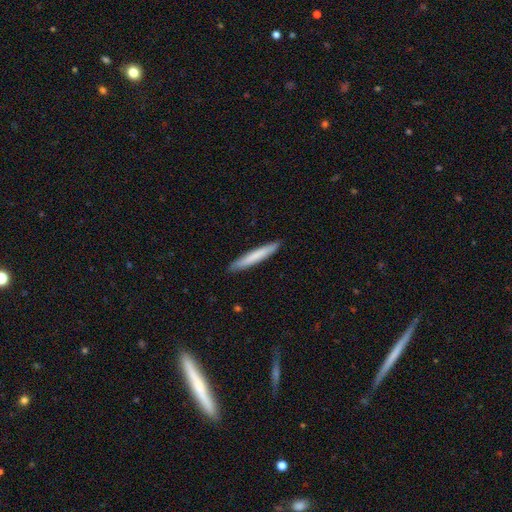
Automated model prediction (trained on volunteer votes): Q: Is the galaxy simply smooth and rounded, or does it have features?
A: smooth — 73%.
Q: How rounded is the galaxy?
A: cigar-shaped — 95%.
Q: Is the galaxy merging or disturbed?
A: none — 91%.